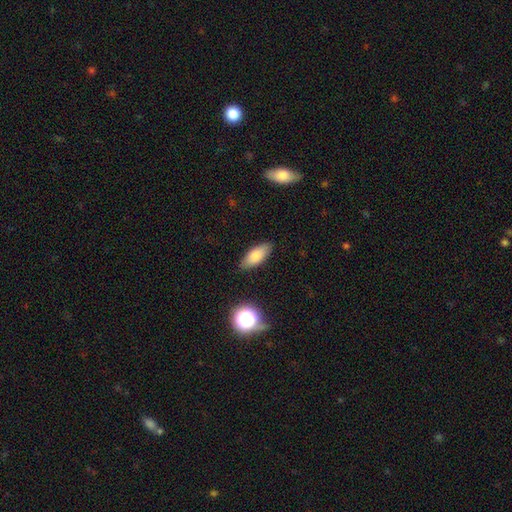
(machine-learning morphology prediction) smooth-or-featured: smooth: 81% | featured or disk: 10% | star or artifact: 8%
  how-rounded: in between: 81% | cigar-shaped: 16% | round: 3%
  merging: none: 84% | minor disturbance: 12% | major disturbance: 2% | merger: 2%